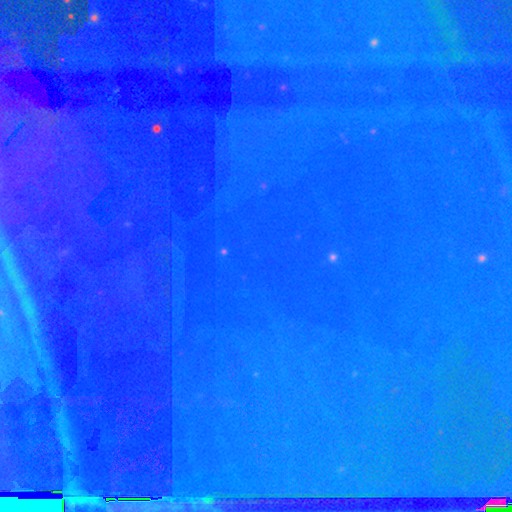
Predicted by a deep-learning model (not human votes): Smooth or featured?
  - star or artifact: 85% *
  - featured or disk: 8%
  - smooth: 8%